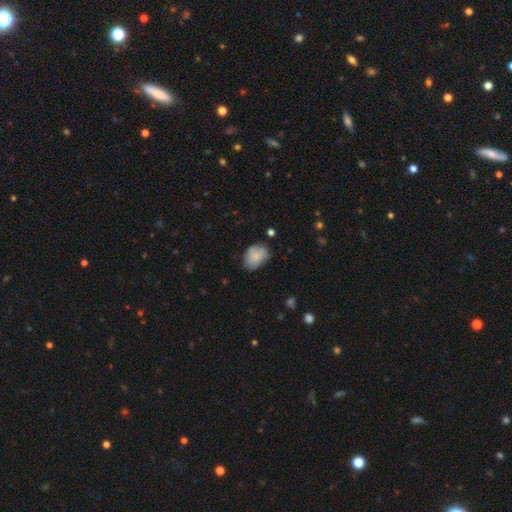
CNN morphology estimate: smooth 79%, featured or disk 13%, star or artifact 8%. Down the decision tree: how rounded — in between (75%); merging — none (59%).